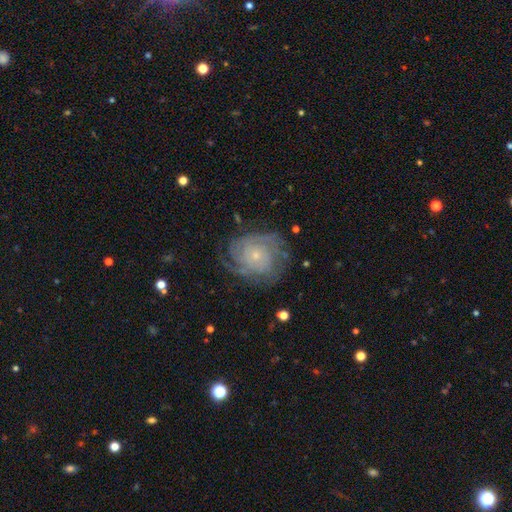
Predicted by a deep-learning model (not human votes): Smooth or featured: featured or disk — 84% (smooth — 9%)
Edge-on disk: no — 98% (yes — 2%)
Bar: no — 81% (weak — 16%)
Spiral arms: yes — 96% (no — 4%)
Spiral winding: tight — 70% (medium — 24%)
Spiral arm count: can't tell — 31% (4 — 19%)
Bulge size: small — 77% (moderate — 18%)
Merging: none — 72% (minor disturbance — 17%)